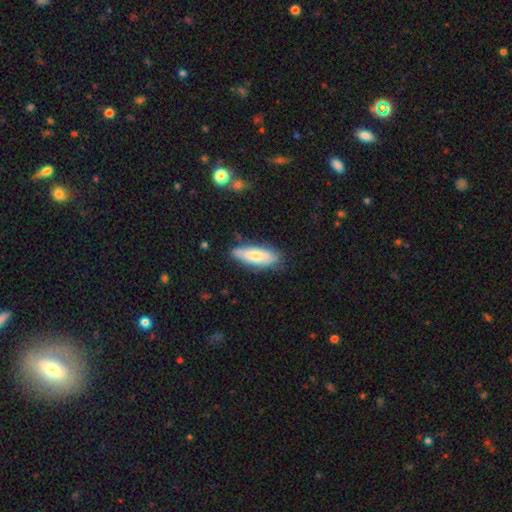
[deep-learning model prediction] This is likely a smooth galaxy (63%). How rounded: likely in between (63%). Merging: likely none (75%).